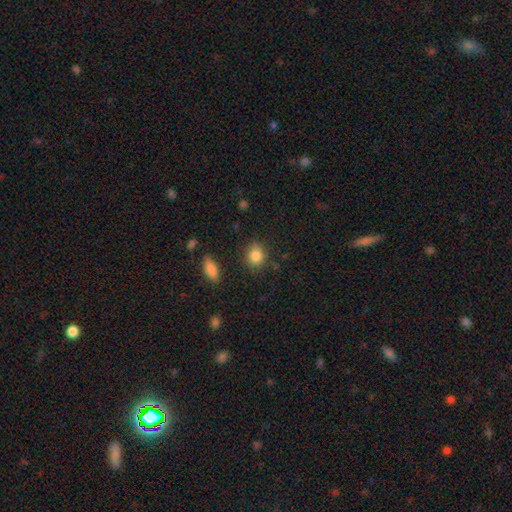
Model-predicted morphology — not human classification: This appears to be a smooth galaxy with no disk features (85%) that is round (66%). Merging: none (81%).